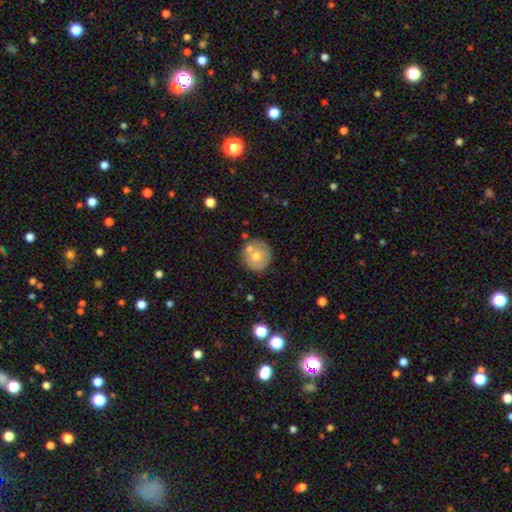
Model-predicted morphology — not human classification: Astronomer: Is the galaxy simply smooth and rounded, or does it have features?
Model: smooth — 62%.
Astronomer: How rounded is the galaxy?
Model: round — 90%.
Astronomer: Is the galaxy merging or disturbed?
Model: none — 66%.